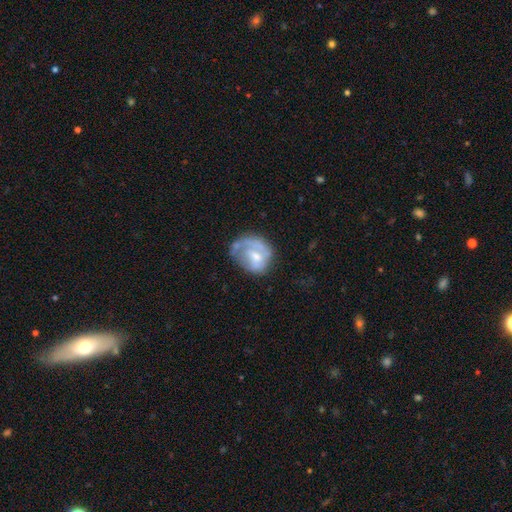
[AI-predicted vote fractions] This is possibly a featured or disk galaxy (55%). It is clearly not viewed edge-on (97%). Bar: possibly no (49%). Spiral arm pattern: possibly yes (53%). Central bulge: marginally moderate (44%). Merging: marginally none (42%).